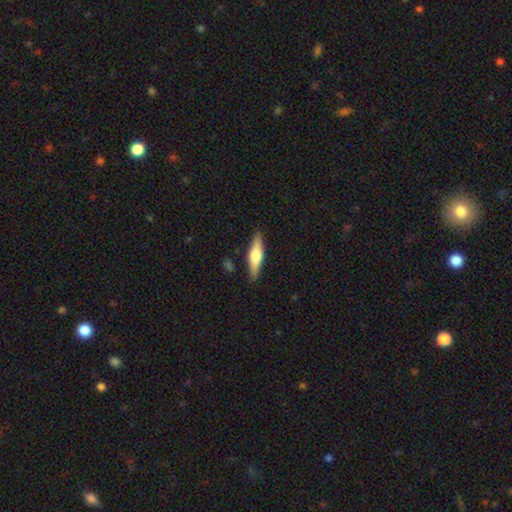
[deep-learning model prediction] smooth-or-featured: smooth: 49% | featured or disk: 45% | star or artifact: 6%
  merging: none: 88% | minor disturbance: 9% | major disturbance: 2% | merger: 1%